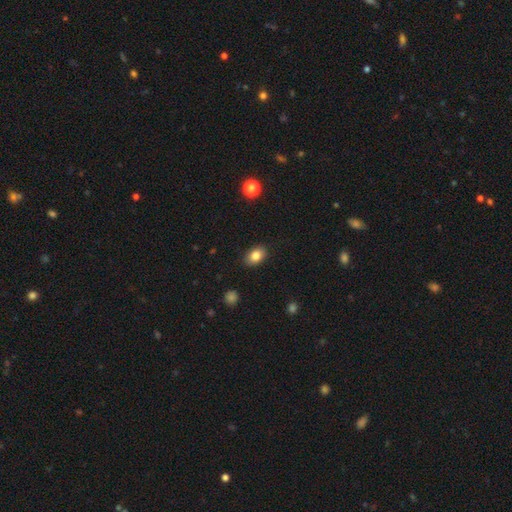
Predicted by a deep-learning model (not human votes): A smooth galaxy with no disk features (84%) that is in between round and cigar-shaped (82%).

Vote fractions:
- Smooth or featured? smooth: 84% / star or artifact: 8% / featured or disk: 8%
- How rounded? in between: 82% / round: 17% / cigar-shaped: 1%
- Merging? none: 87% / minor disturbance: 9% / major disturbance: 2% / merger: 1%